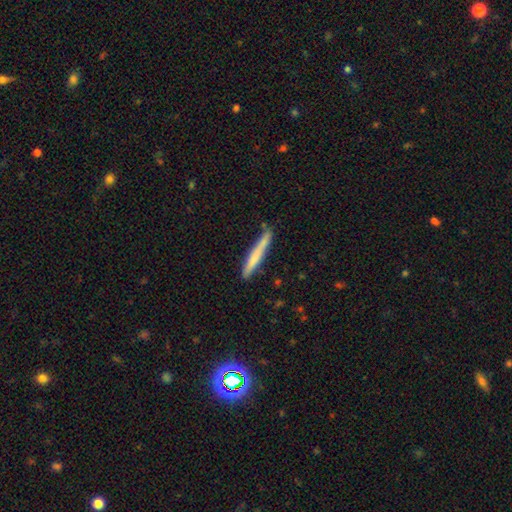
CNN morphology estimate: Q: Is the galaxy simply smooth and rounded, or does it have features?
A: smooth — 66%.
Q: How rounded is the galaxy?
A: cigar-shaped — 96%.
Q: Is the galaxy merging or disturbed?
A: none — 82%.